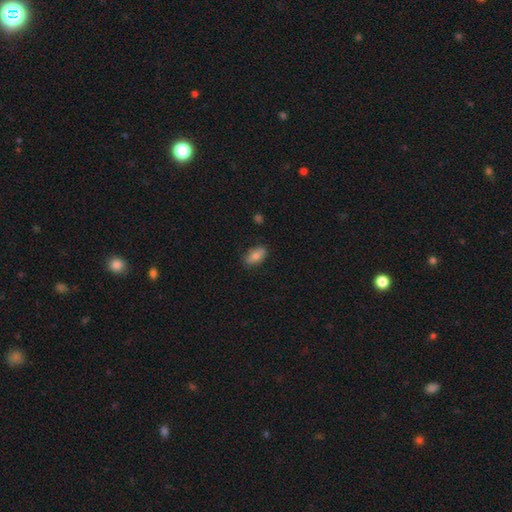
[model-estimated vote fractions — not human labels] Smooth or featured: smooth — 74% (featured or disk — 18%)
How rounded: in between — 90% (round — 6%)
Merging: none — 80% (minor disturbance — 16%)